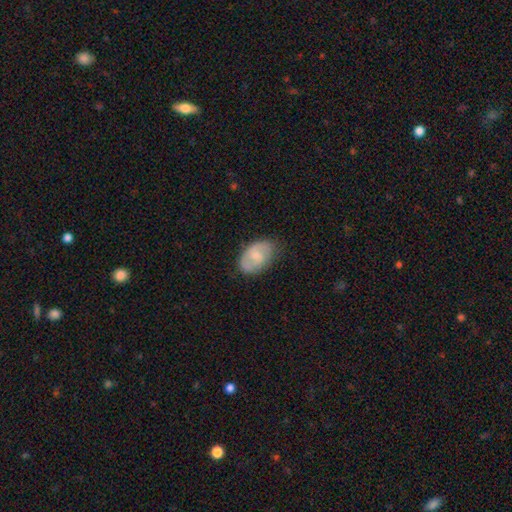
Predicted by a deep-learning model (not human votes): Smooth or featured: featured or disk — 53% (smooth — 41%)
Edge-on disk: no — 96% (yes — 4%)
Bar: no — 46% (weak — 45%)
Spiral arms: yes — 78% (no — 22%)
Bulge size: small — 51% (moderate — 36%)
Merging: none — 74% (minor disturbance — 20%)